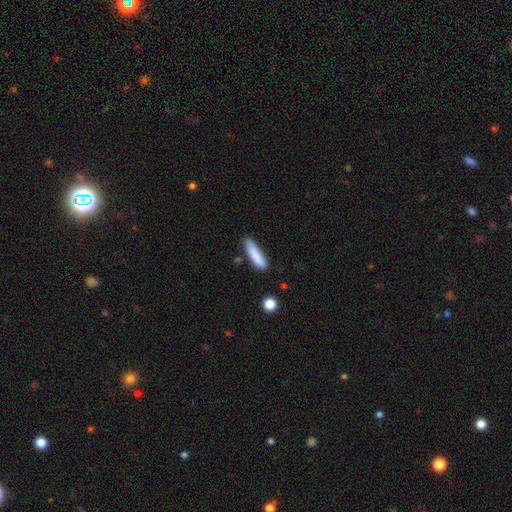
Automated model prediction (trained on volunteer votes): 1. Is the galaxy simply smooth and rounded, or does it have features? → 84% smooth, 9% featured or disk, 6% star or artifact.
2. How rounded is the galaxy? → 84% cigar-shaped, 15% in between, 1% round.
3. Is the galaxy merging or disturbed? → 77% none, 17% minor disturbance, 3% major disturbance, 3% merger.